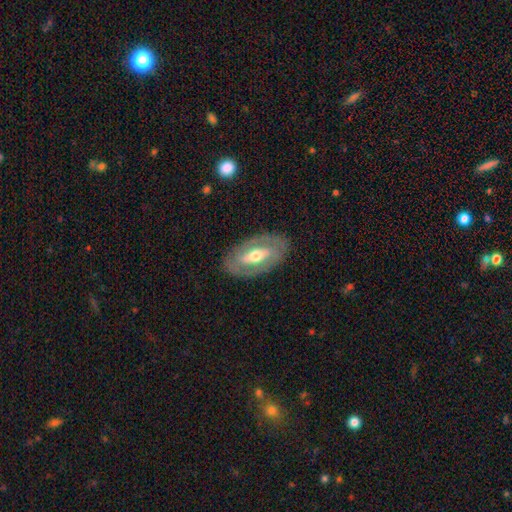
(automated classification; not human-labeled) smooth-or-featured: featured or disk: 67% | smooth: 28% | star or artifact: 5%
  disk-edge-on: no: 88% | yes: 12%
    bar: strong: 37% | no: 35% | weak: 29%
    has-spiral-arms: no: 61% | yes: 39%
    bulge-size: moderate: 64% | small: 24% | large: 9% | dominant: 1% | none: 1%
  merging: none: 83% | minor disturbance: 11% | major disturbance: 5% | merger: 1%